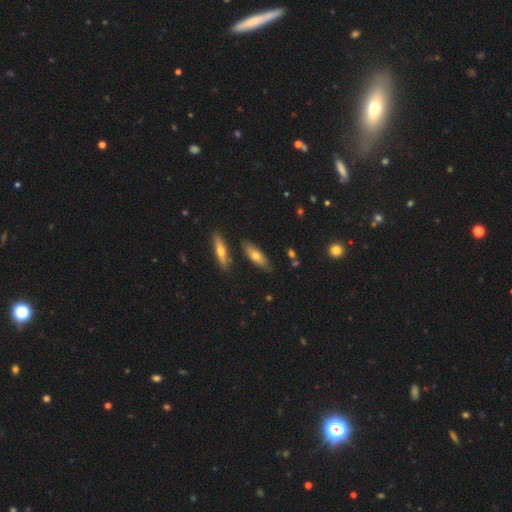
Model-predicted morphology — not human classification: Overall: smooth (61%; featured or disk 31%). How rounded: in between (62%; cigar-shaped 35%). Merging: none (78%).